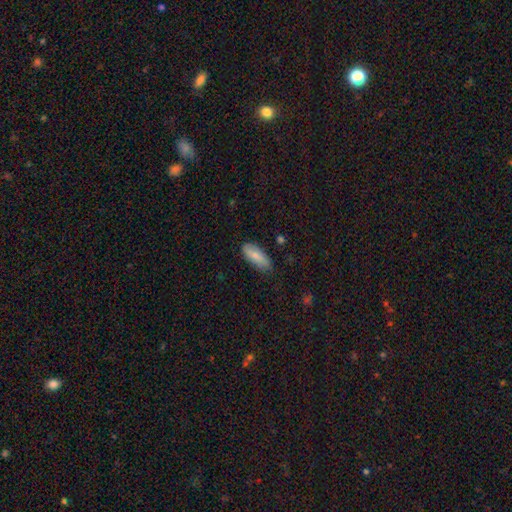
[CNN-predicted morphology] The model was most divided on "merging": none: 77%, minor disturbance: 18%, major disturbance: 3%, merger: 1%. More confident: how rounded — in between (83%); smooth or featured — smooth (78%).